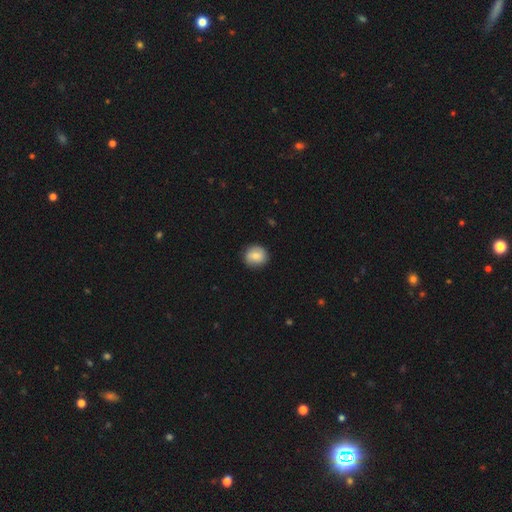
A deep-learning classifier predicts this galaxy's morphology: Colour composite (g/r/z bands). It shows a smooth galaxy with no disk features (74%) that is round (89%). Merging: none (88%).